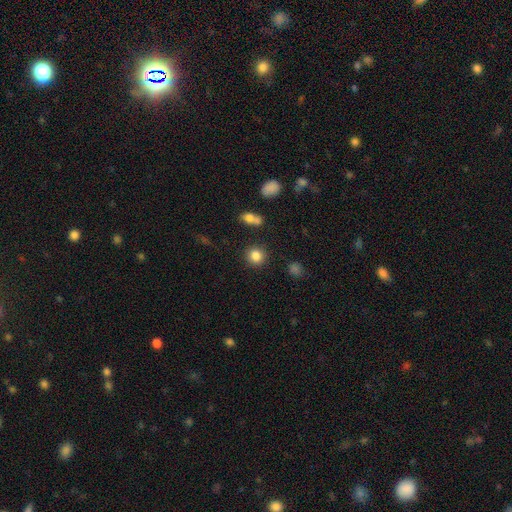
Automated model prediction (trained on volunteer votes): Smooth or featured? Predicted: smooth (p=0.84). How rounded? Predicted: round (p=0.87). Merging? Predicted: none (p=0.86).